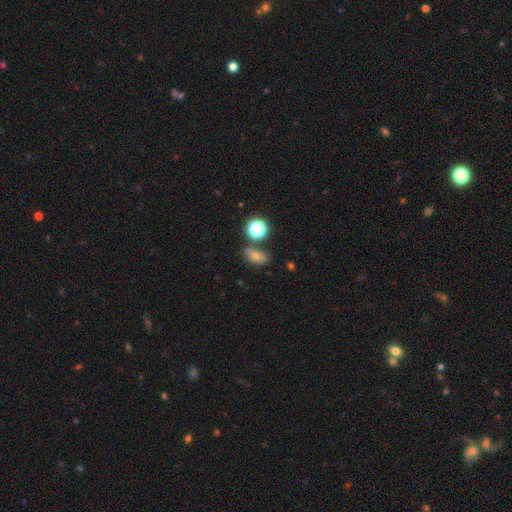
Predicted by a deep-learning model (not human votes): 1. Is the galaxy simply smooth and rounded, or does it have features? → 57% smooth, 27% star or artifact, 16% featured or disk.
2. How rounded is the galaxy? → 69% in between, 28% round, 4% cigar-shaped.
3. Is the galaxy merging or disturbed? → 73% none, 13% minor disturbance, 10% merger, 4% major disturbance.